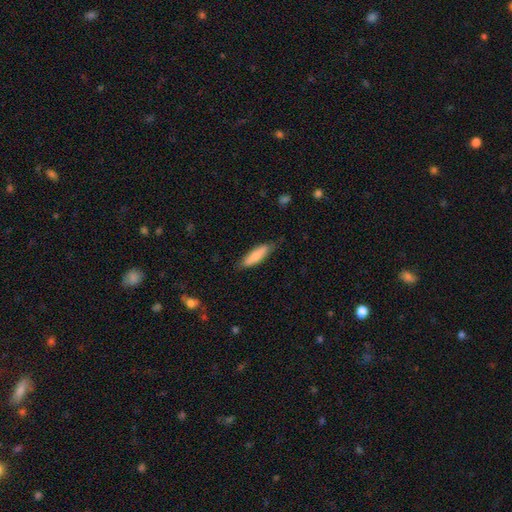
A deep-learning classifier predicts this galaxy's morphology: Smooth or featured: smooth — 77% (featured or disk — 18%)
How rounded: cigar-shaped — 63% (in between — 36%)
Merging: none — 78% (minor disturbance — 18%)